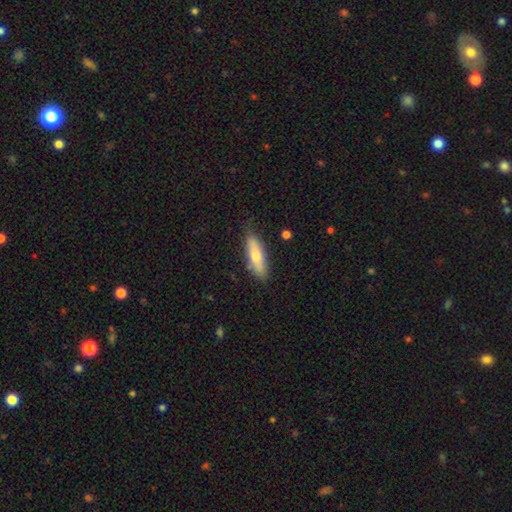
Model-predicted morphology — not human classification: This is likely a smooth galaxy (62%). How rounded: possibly cigar-shaped (55%). Merging: clearly none (82%).